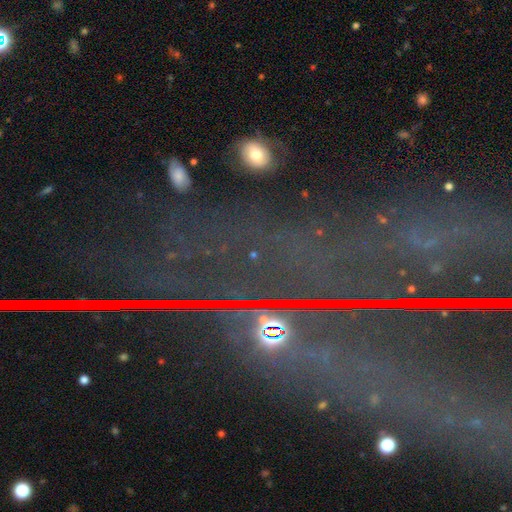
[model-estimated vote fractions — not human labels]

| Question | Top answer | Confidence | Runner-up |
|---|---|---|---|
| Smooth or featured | star or artifact | 80% | smooth (10%) |